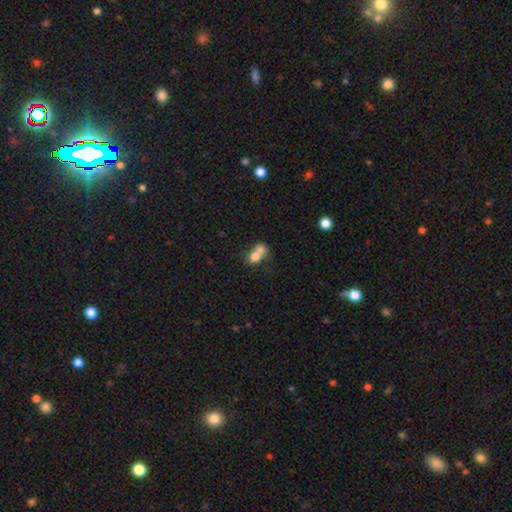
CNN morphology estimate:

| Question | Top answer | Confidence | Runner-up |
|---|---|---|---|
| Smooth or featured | smooth | 72% | featured or disk (18%) |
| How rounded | round | 56% | in between (43%) |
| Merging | merger | 71% | none (19%) |